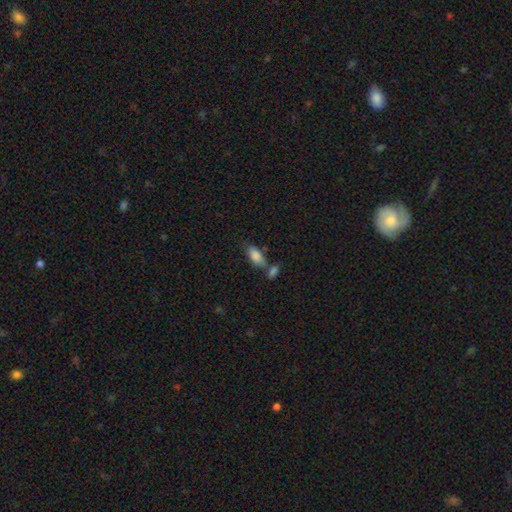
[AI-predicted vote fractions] Smooth or featured?
  - smooth: 84% *
  - featured or disk: 9%
  - star or artifact: 7%
How rounded?
  - in between: 87% *
  - cigar-shaped: 10%
  - round: 3%
Merging?
  - none: 48% *
  - merger: 32%
  - minor disturbance: 14%
  - major disturbance: 5%